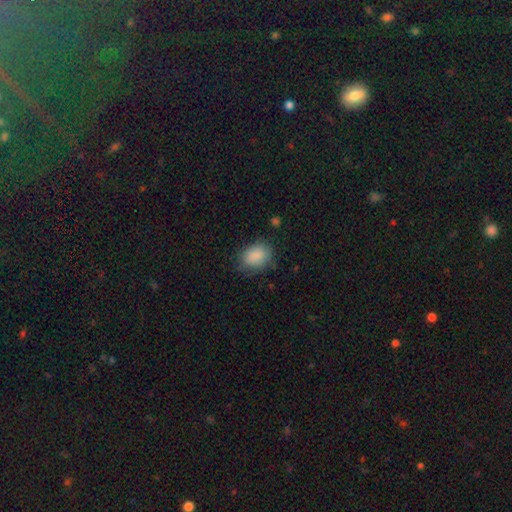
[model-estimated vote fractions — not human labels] This appears to be a smooth galaxy with no disk features (86%) that is in between round and cigar-shaped (71%). Merging: none (69%).